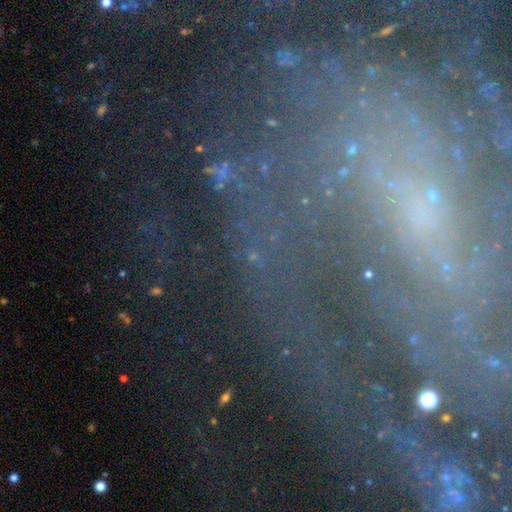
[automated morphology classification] Smooth or featured: star or artifact — 68% (featured or disk — 17%)